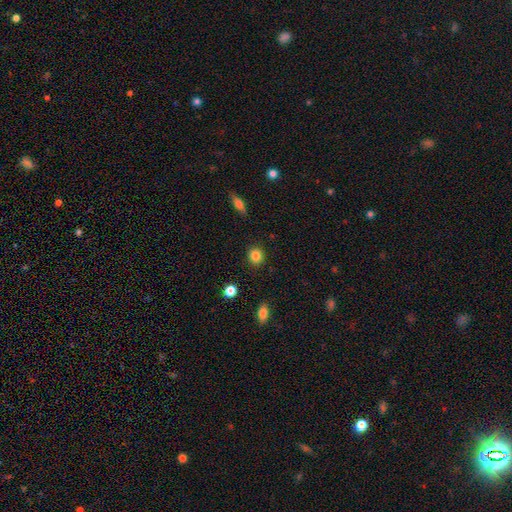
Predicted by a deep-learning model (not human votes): A smooth galaxy with no disk features (86%) that is round (85%). Merging: none (91%).